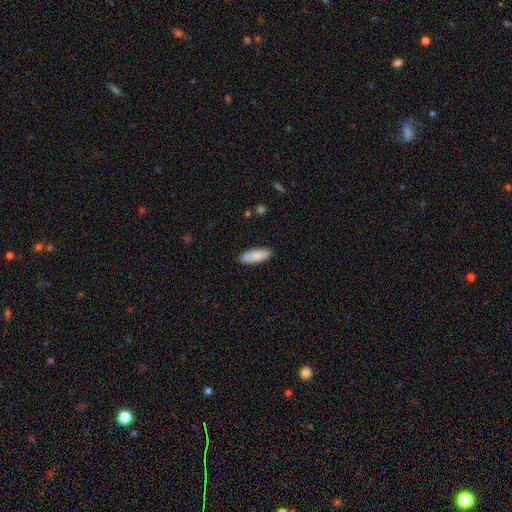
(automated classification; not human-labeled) This appears to be a smooth galaxy with no disk features (87%) that is in between round and cigar-shaped (59%). Merging: none (88%).